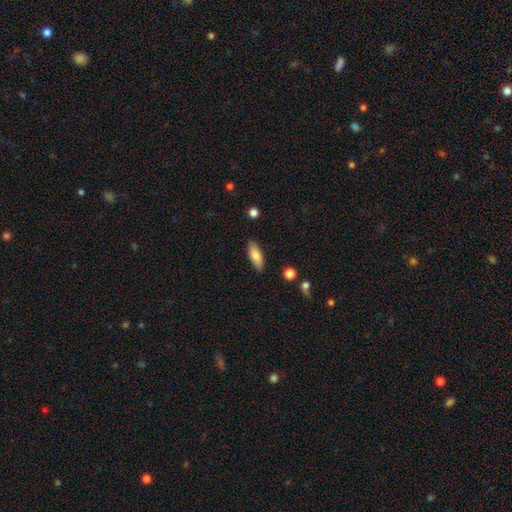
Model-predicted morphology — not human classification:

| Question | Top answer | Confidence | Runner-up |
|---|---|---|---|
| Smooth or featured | smooth | 80% | featured or disk (14%) |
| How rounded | in between | 72% | cigar-shaped (26%) |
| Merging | none | 87% | minor disturbance (9%) |